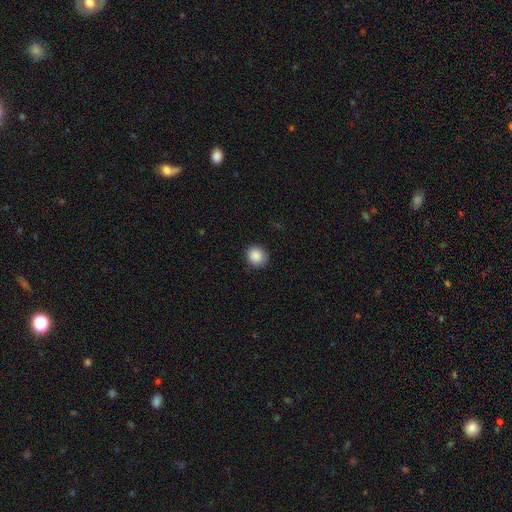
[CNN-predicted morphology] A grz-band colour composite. It shows a smooth galaxy with no disk features (89%) that is round (85%). Merging: none (88%).